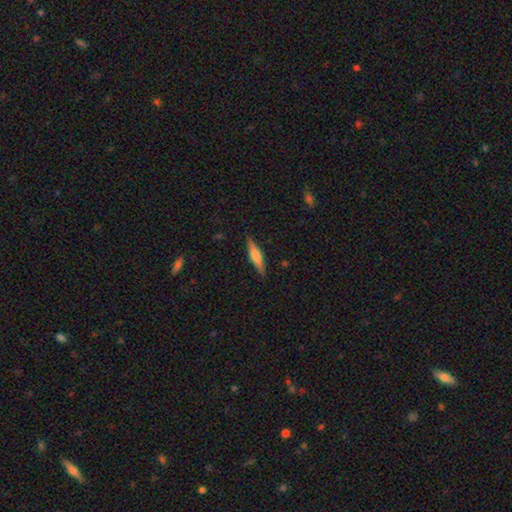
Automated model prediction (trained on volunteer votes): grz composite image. It shows a featured or disk galaxy (48%). Merging: none (89%).